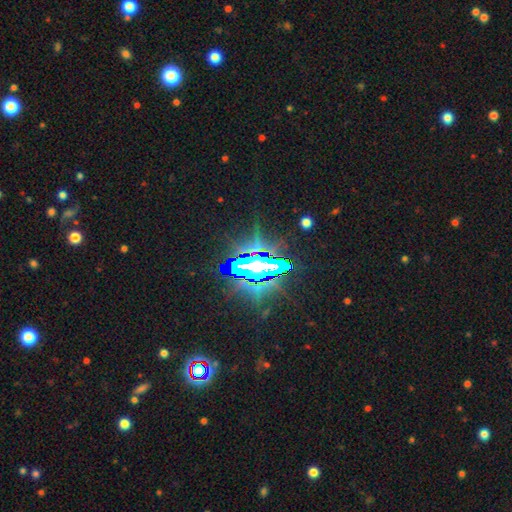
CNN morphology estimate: star or artifact 76%, featured or disk 14%, smooth 10%.